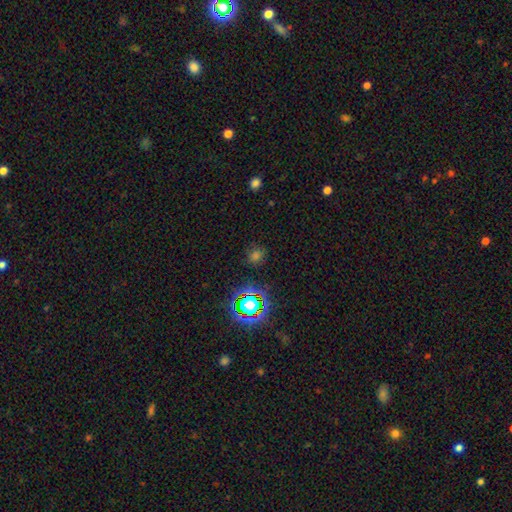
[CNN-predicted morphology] The model was most divided on "smooth or featured": star or artifact: 47%, smooth: 46%, featured or disk: 7%.